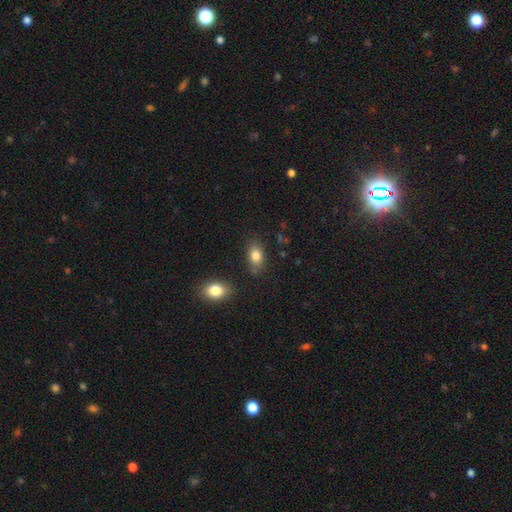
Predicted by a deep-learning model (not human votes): smooth_or_featured: smooth (p=0.83) [alt: star or artifact p=0.09]
how_rounded: in between (p=0.86) [alt: round p=0.12]
merging: none (p=0.77) [alt: minor disturbance p=0.15]